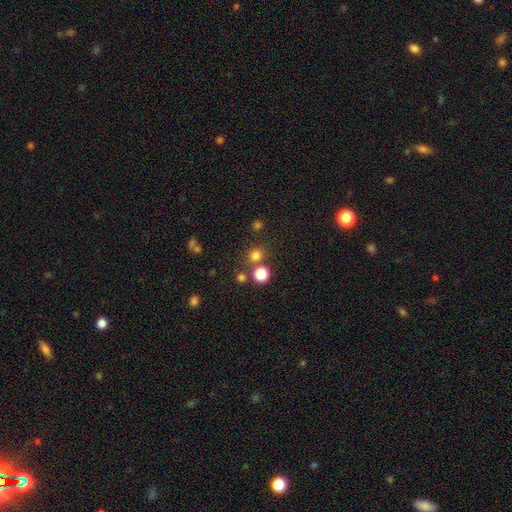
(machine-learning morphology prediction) smooth-or-featured: smooth: 75% | star or artifact: 19% | featured or disk: 6%
  how-rounded: round: 89% | in between: 10% | cigar-shaped: 1%
  merging: none: 74% | merger: 15% | minor disturbance: 7% | major disturbance: 3%